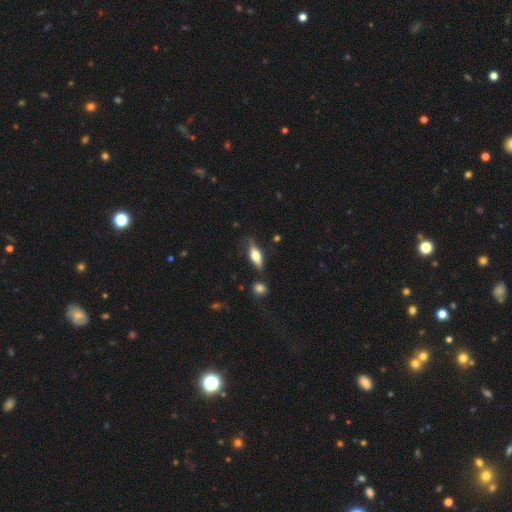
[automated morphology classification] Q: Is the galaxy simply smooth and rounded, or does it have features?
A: smooth — 57%.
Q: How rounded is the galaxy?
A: in between — 65%.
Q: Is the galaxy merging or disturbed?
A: none — 72%.